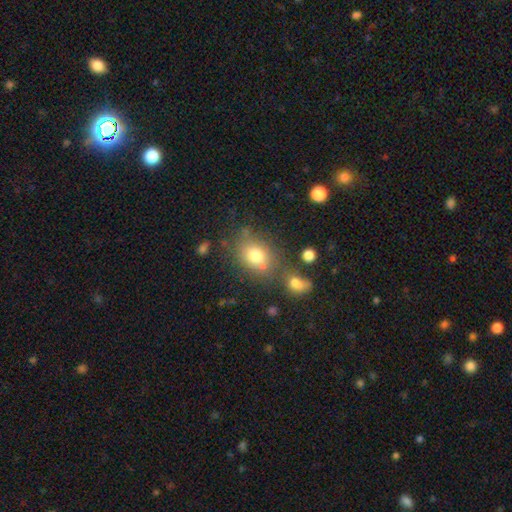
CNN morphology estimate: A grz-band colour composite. It shows a smooth galaxy with no disk features (75%) that is in between round and cigar-shaped (55%). Merging: none (59%).